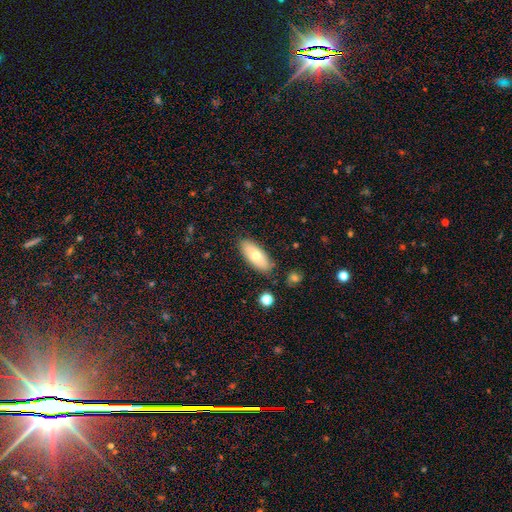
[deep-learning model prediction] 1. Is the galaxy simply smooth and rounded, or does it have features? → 68% smooth, 25% featured or disk, 7% star or artifact.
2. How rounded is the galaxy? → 81% in between, 17% cigar-shaped, 3% round.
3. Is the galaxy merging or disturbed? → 84% none, 11% minor disturbance, 2% major disturbance, 2% merger.